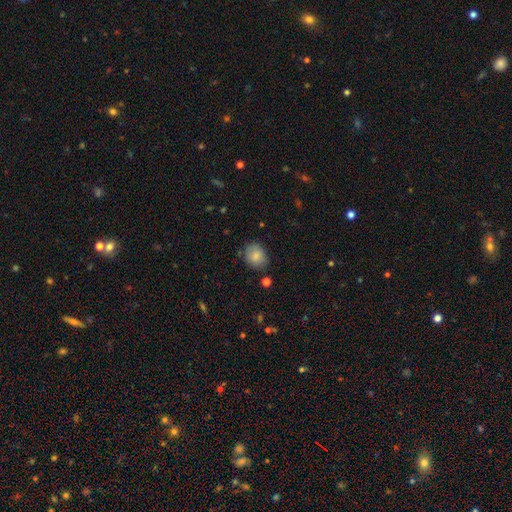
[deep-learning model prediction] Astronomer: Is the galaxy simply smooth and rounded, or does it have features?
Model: smooth — 84%.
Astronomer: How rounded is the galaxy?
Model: round — 65%.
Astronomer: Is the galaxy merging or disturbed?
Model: none — 79%.